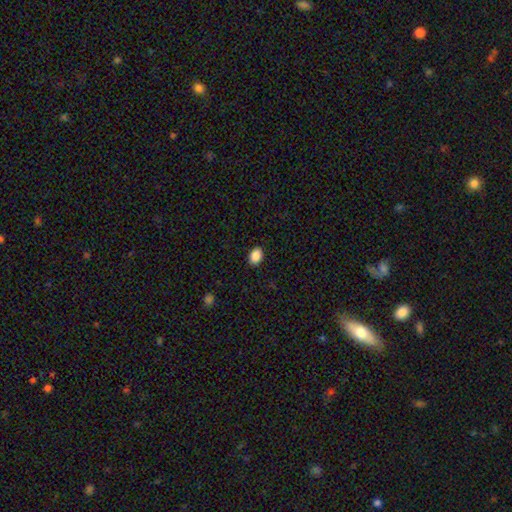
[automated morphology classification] smooth-or-featured: smooth: 89% | star or artifact: 8% | featured or disk: 3%
  how-rounded: in between: 76% | round: 23% | cigar-shaped: 1%
  merging: none: 89% | minor disturbance: 8% | major disturbance: 2% | merger: 1%